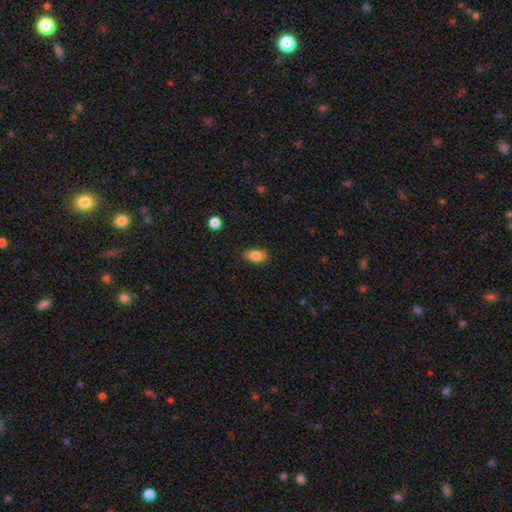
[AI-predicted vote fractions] smooth 83%, featured or disk 8%, star or artifact 8%. Down the decision tree: how rounded — in between (88%); merging — none (76%).